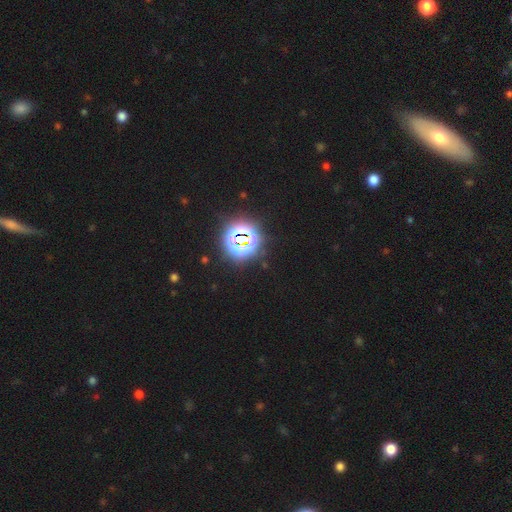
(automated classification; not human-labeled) Smooth or featured?
  - star or artifact: 71% *
  - smooth: 19%
  - featured or disk: 10%